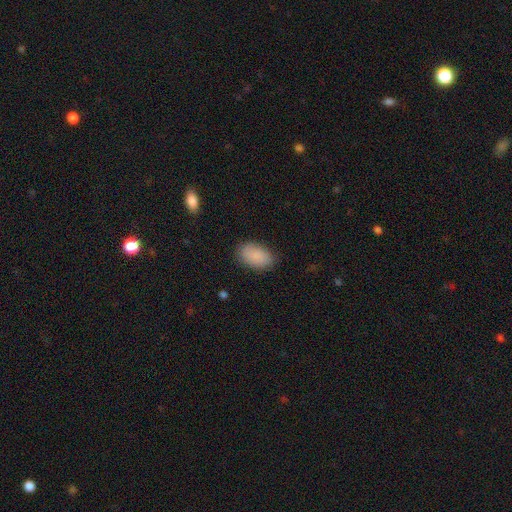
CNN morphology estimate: smooth 88%, star or artifact 7%, featured or disk 6%. Down the decision tree: how rounded — in between (92%); merging — none (82%).